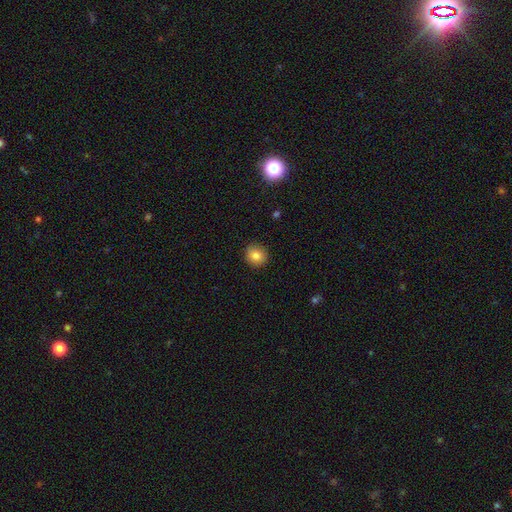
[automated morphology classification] Smooth or featured? smooth (83%)
How rounded? round (87%)
Merging? none (89%)